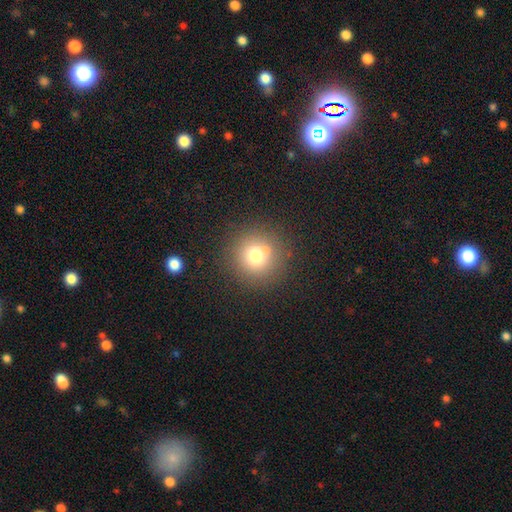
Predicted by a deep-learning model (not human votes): A smooth galaxy with no disk features (71%) that is round (93%). Merging: none (72%).